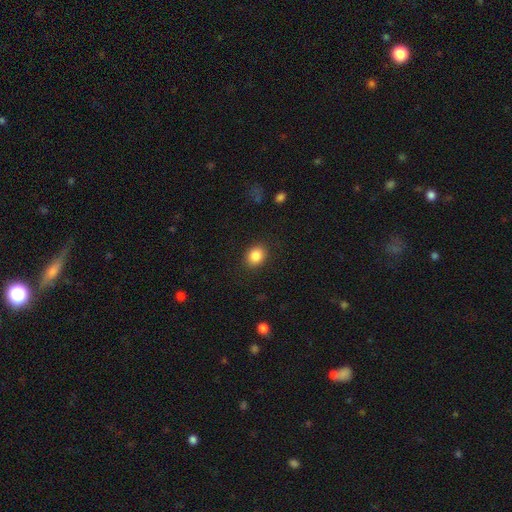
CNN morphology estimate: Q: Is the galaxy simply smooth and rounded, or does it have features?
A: smooth — 86%.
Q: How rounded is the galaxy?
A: round — 54%.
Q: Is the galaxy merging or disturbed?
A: none — 88%.